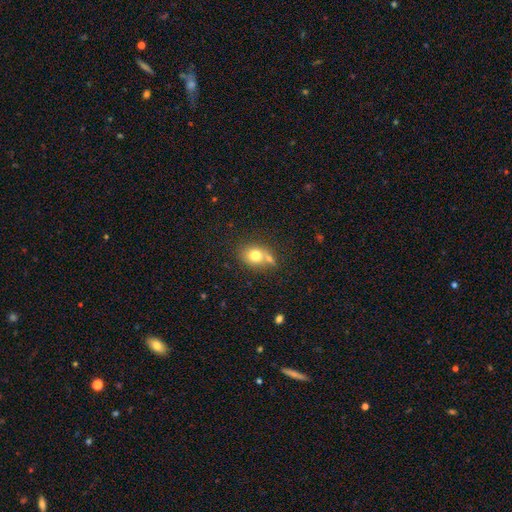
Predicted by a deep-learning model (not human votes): This appears to be a smooth galaxy with no disk features (75%) that is round (54%). Merging: none (52%).